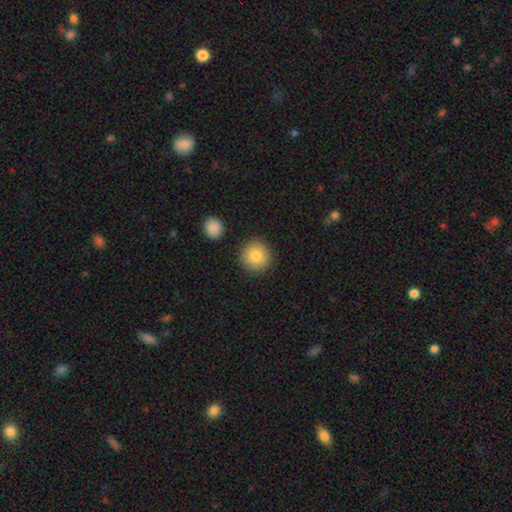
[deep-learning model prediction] The model was most divided on "smooth or featured": smooth: 84%, star or artifact: 8%, featured or disk: 8%. More confident: how rounded — round (94%); merging — none (89%).